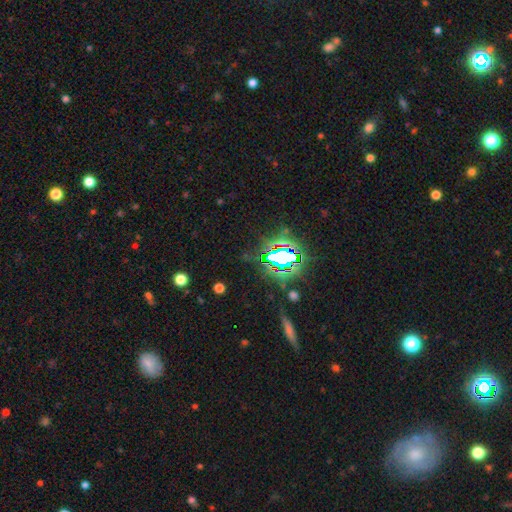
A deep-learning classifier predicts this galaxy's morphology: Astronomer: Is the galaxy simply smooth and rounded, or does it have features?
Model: star or artifact — 79%.